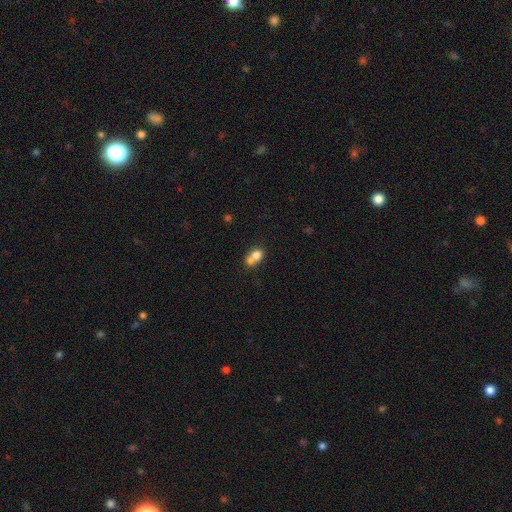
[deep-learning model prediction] A smooth galaxy with no disk features (72%) that is round (55%). Merging: merger (60%).